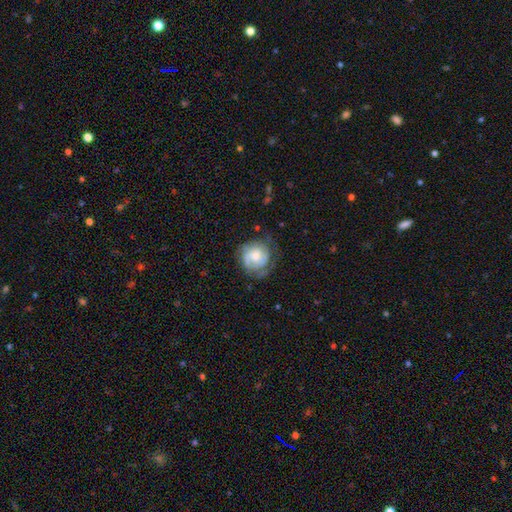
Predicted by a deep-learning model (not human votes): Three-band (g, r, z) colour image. It shows a featured or disk galaxy (55%) with no bar (75%), spiral arms (79%) and a moderate central bulge (47%). Merging: none (59%).